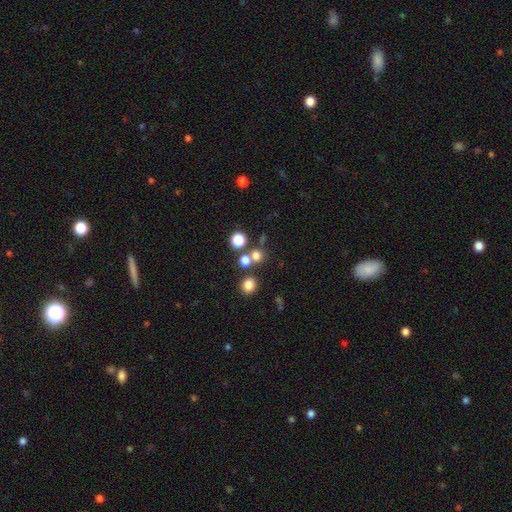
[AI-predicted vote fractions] This is likely a smooth galaxy (71%). How rounded: clearly round (86%). Merging: likely none (64%).